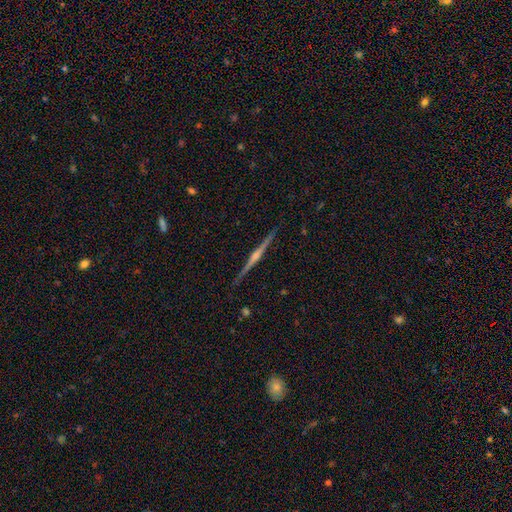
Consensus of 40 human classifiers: Smooth or featured? 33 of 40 (82%) said featured or disk. Edge-on disk? 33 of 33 (100%) said yes. Edge-on bulge? 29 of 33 (88%) said rounded. Merging? 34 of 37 (92%) said none.